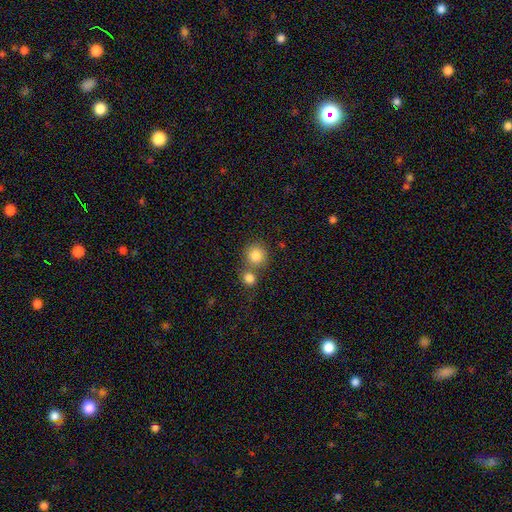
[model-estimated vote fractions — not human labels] A smooth galaxy with no disk features (83%) that is round (90%).

Vote fractions:
- Smooth or featured? smooth: 83% / star or artifact: 10% / featured or disk: 7%
- How rounded? round: 90% / in between: 9% / cigar-shaped: 1%
- Merging? none: 58% / merger: 32% / minor disturbance: 7% / major disturbance: 3%